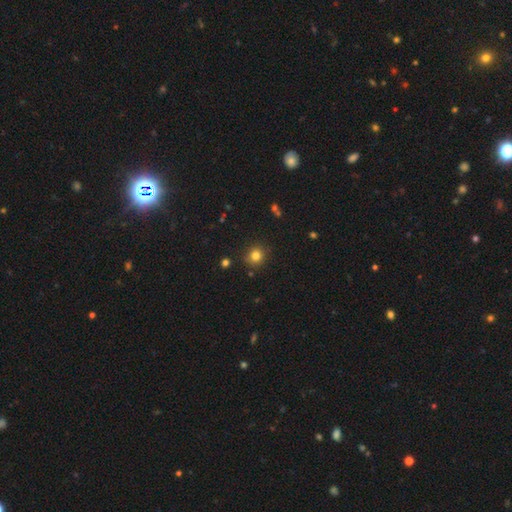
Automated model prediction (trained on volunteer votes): A smooth galaxy with no disk features (81%) that is round (90%). Merging: none (87%).